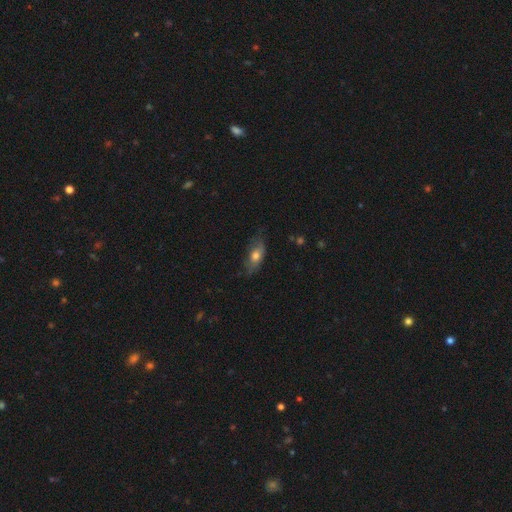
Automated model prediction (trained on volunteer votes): A smooth galaxy with no disk features (63%) that is in between round and cigar-shaped (79%).

Vote fractions:
- Smooth or featured? smooth: 63% / featured or disk: 29% / star or artifact: 8%
- How rounded? in between: 79% / cigar-shaped: 15% / round: 6%
- Merging? none: 64% / minor disturbance: 26% / major disturbance: 8% / merger: 2%